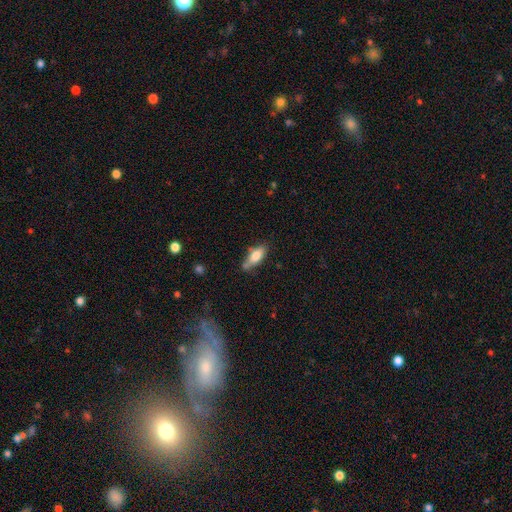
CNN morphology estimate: Smooth or featured? Predicted: smooth (p=0.76). How rounded? Predicted: in between (p=0.75). Merging? Predicted: none (p=0.61).